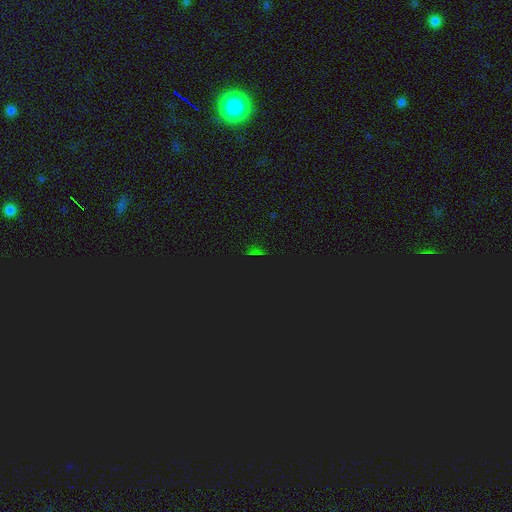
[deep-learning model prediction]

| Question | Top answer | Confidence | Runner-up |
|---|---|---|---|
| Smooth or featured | star or artifact | 72% | smooth (21%) |